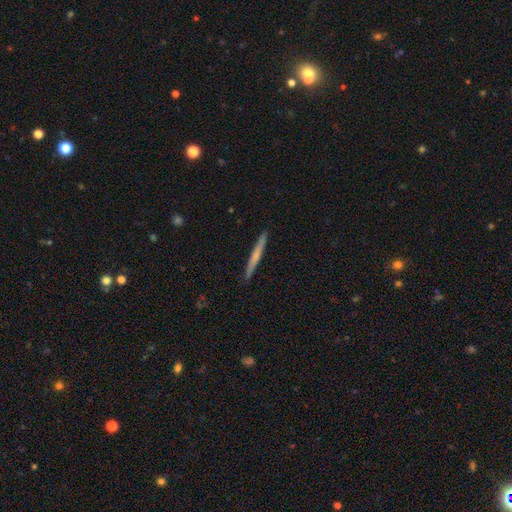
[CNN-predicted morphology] Smooth or featured? Predicted: smooth (p=0.48). Merging? Predicted: none (p=0.92).